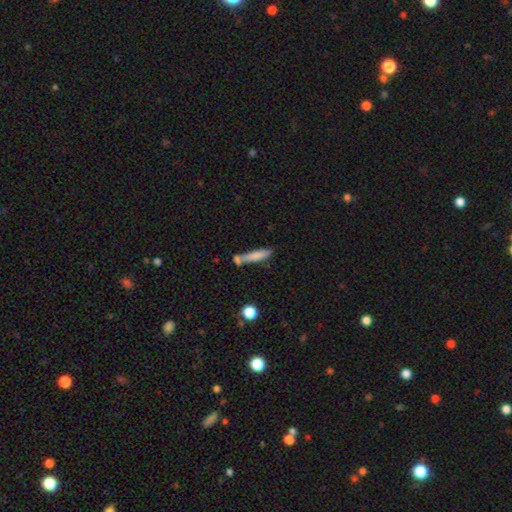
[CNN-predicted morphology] Smooth or featured?
  - smooth: 75% *
  - featured or disk: 18%
  - star or artifact: 8%
How rounded?
  - cigar-shaped: 83% *
  - in between: 15%
  - round: 2%
Merging?
  - none: 52% *
  - merger: 25%
  - minor disturbance: 17%
  - major disturbance: 6%